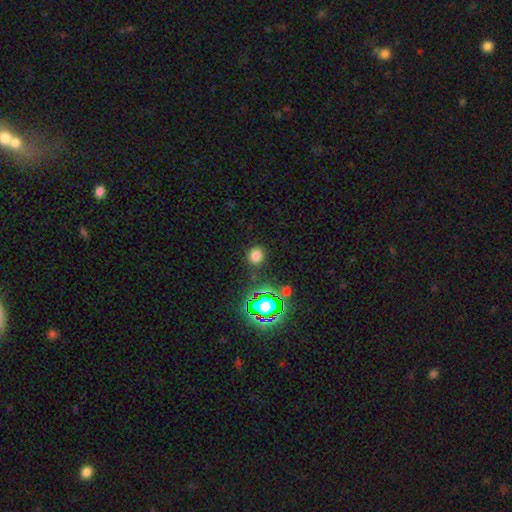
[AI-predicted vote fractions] Q: Smooth or featured?
A: smooth (73%); runner-up: star or artifact (21%)
Q: How rounded?
A: round (80%); runner-up: in between (18%)
Q: Merging?
A: none (86%); runner-up: minor disturbance (8%)